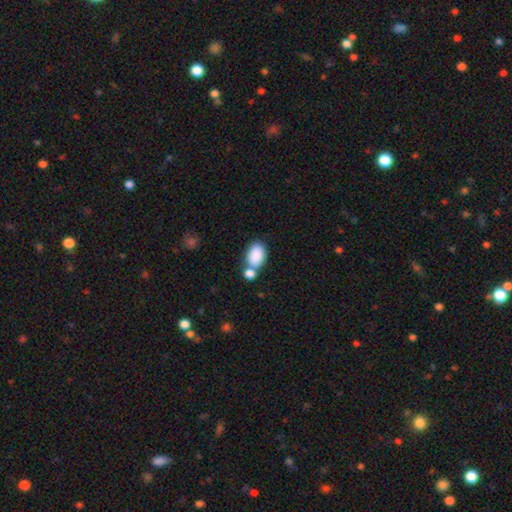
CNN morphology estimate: smooth 87%, star or artifact 7%, featured or disk 6%. Down the decision tree: how rounded — in between (90%); merging — none (49%).